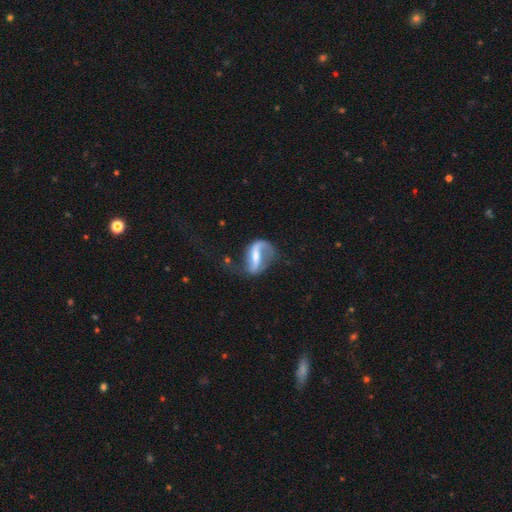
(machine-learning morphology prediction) Overall: featured or disk (80%). Edge-on disk: no (94%). Bar: strong (56%; weak 30%). Spiral arms: yes (89%). Spiral arm count: 2 (77%). Spiral winding: loose (69%). Bulge size: small (39%; moderate 38%). Merging: none (51%; major disturbance 23%).